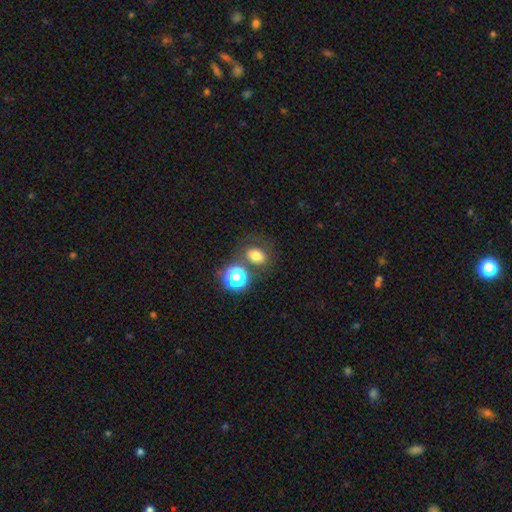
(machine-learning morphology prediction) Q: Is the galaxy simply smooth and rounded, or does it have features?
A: smooth — 70%.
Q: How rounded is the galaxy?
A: in between — 52%.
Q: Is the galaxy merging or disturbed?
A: none — 64%.